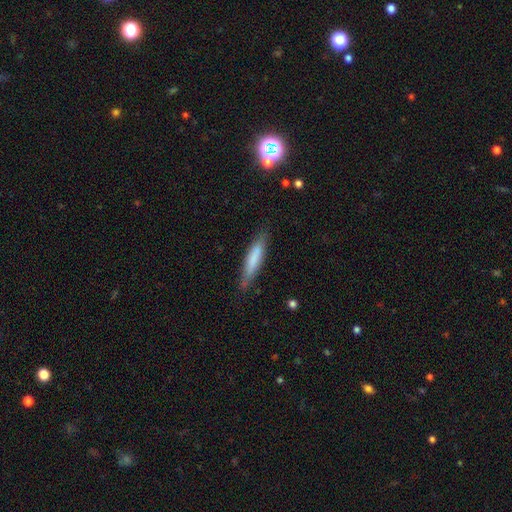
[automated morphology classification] A smooth galaxy with no disk features (69%) that is cigar-shaped (86%). Merging: none (82%).